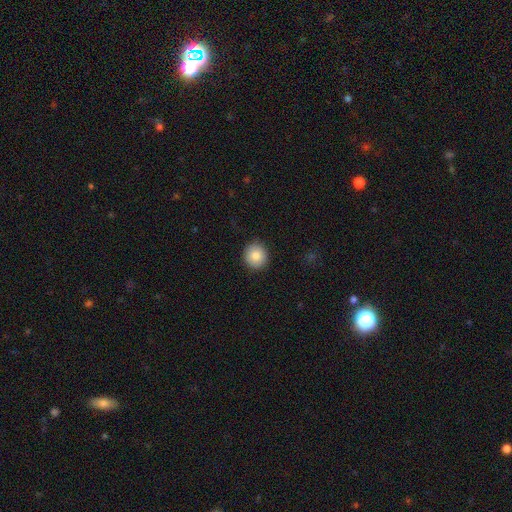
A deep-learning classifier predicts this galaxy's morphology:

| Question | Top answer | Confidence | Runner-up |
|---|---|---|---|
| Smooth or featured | smooth | 85% | star or artifact (8%) |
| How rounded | round | 89% | in between (11%) |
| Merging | none | 91% | minor disturbance (6%) |